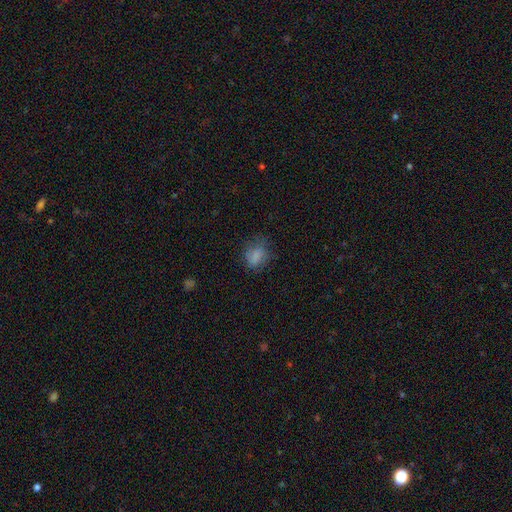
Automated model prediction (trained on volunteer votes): Smooth or featured? Predicted: smooth (p=0.79). How rounded? Predicted: in between (p=0.63). Merging? Predicted: none (p=0.62).